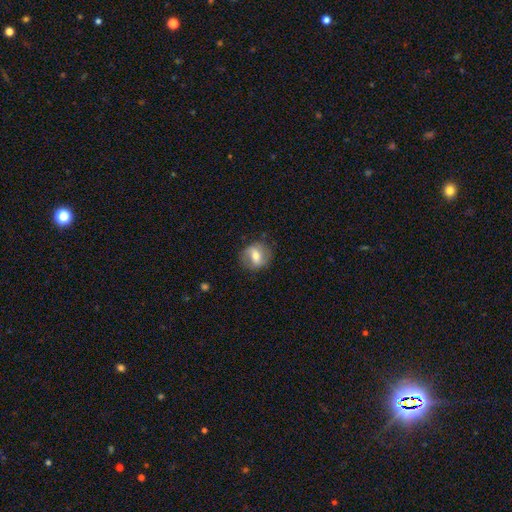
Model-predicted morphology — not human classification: smooth 49%, featured or disk 44%, star or artifact 8%. Down the decision tree: merging — none (78%).